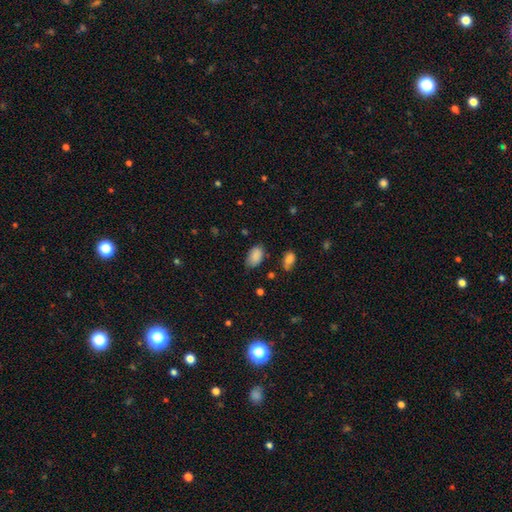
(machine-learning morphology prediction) This appears to be a smooth galaxy with no disk features (87%) that is in between round and cigar-shaped (92%). Merging: none (71%).